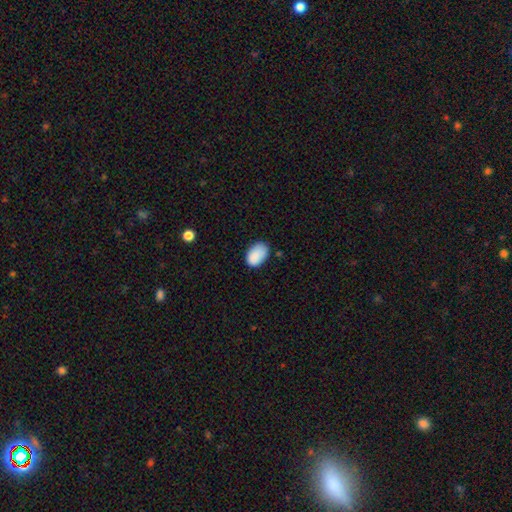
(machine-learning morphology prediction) smooth_or_featured: smooth (p=0.88) [alt: star or artifact p=0.08]
how_rounded: in between (p=0.88) [alt: round p=0.11]
merging: none (p=0.71) [alt: minor disturbance p=0.23]